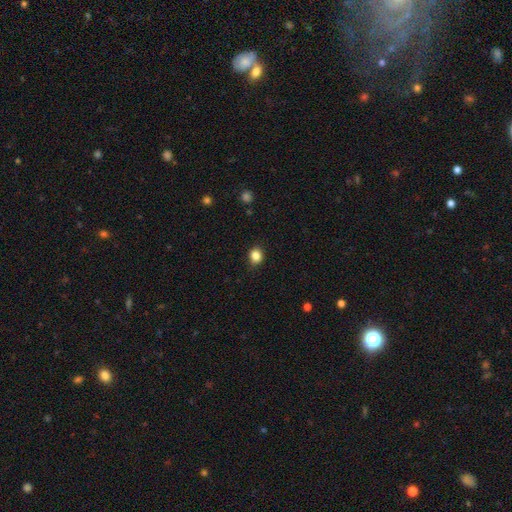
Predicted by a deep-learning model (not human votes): Smooth or featured: smooth — 85% (star or artifact — 11%)
How rounded: round — 66% (in between — 33%)
Merging: none — 86% (minor disturbance — 10%)